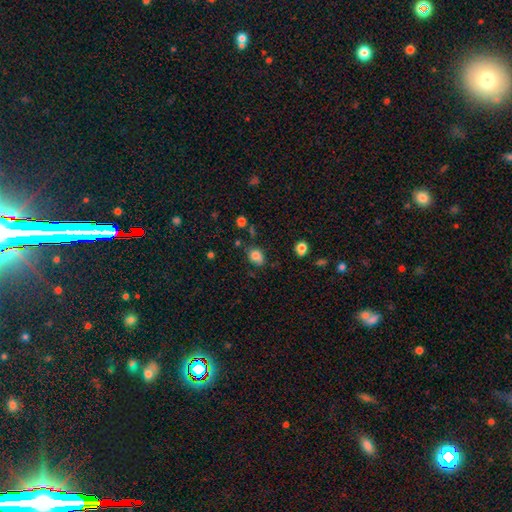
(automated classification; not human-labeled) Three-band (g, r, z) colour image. It shows a smooth galaxy with no disk features (81%) that is in between round and cigar-shaped (61%). Merging: none (63%).